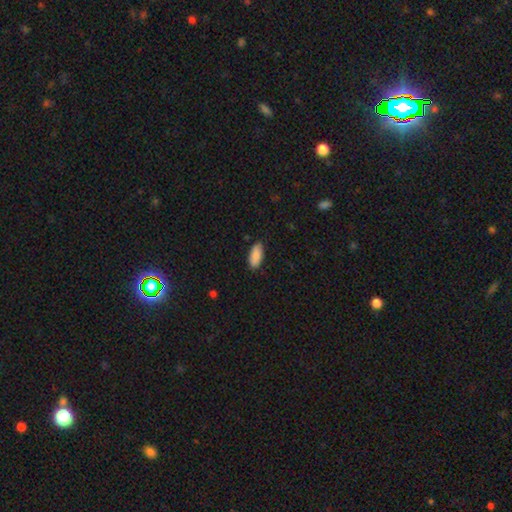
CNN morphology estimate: smooth_or_featured: smooth (p=0.89) [alt: star or artifact p=0.06]
how_rounded: in between (p=0.88) [alt: cigar-shaped p=0.10]
merging: none (p=0.87) [alt: minor disturbance p=0.10]